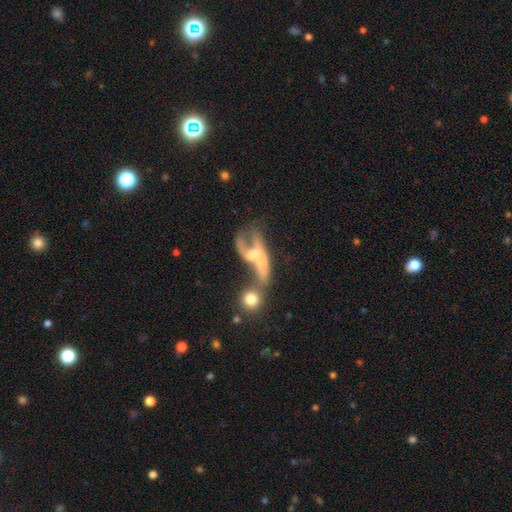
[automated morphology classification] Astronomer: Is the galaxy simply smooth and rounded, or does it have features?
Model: featured or disk — 64%.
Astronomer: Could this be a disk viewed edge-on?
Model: no — 83%.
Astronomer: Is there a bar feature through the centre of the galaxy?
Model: no — 65%.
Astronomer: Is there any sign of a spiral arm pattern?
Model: yes — 56% (runner-up: no, 44%).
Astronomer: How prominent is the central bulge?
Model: small — 34% (runner-up: moderate, 33%).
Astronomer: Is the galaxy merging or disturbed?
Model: merger — 41% (runner-up: major disturbance, 31%).